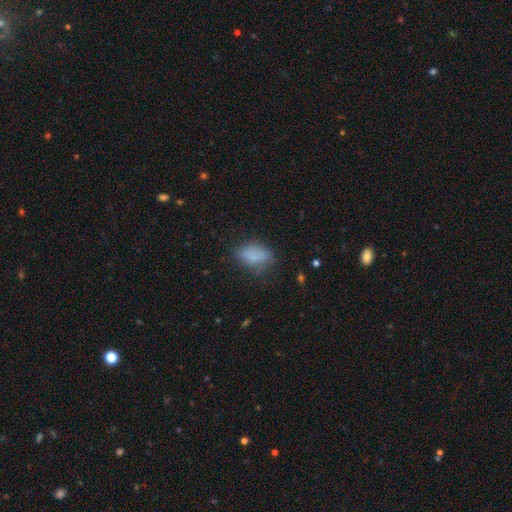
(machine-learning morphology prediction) A smooth galaxy with no disk features (77%) that is in between round and cigar-shaped (84%).

Vote fractions:
- Smooth or featured? smooth: 77% / featured or disk: 13% / star or artifact: 10%
- How rounded? in between: 84% / round: 13% / cigar-shaped: 4%
- Merging? none: 60% / minor disturbance: 27% / major disturbance: 11% / merger: 2%